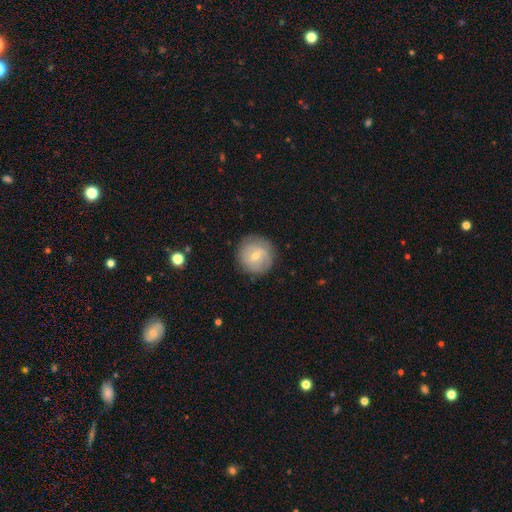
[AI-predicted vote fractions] Morphology: type=featured or disk (51%); edge-on=no (97%); merging=none (84%).